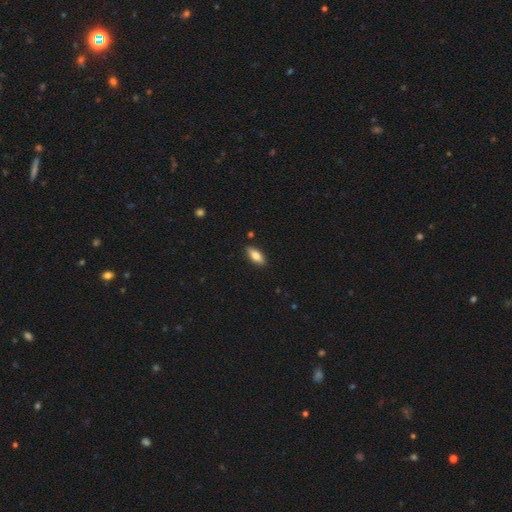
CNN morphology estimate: Overall: smooth (74%). How rounded: in between (76%). Merging: none (88%).